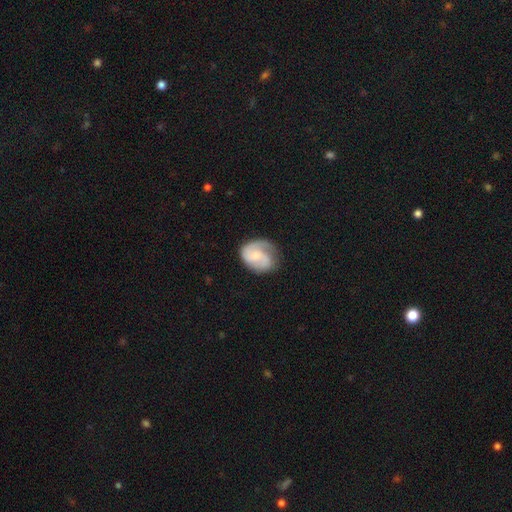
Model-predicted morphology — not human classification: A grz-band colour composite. It shows a featured or disk galaxy (68%) with no bar (62%), 2 (62%) medium (46%) spiral arms (93%) and a small central bulge (48%). Merging: none (60%).